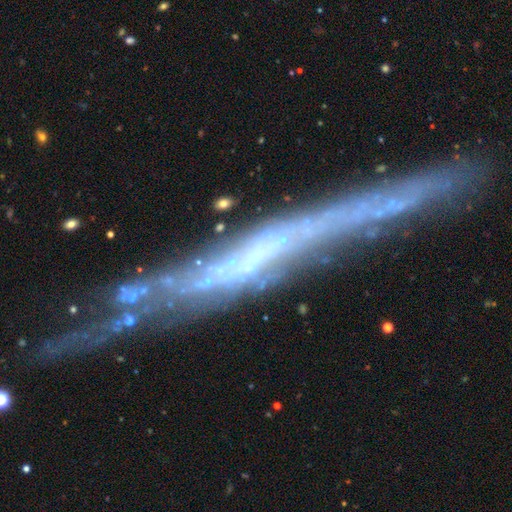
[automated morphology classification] Smooth or featured? Predicted: featured or disk (p=0.76). Edge-on disk? Predicted: yes (p=0.87). Edge-on bulge? Predicted: none (p=0.77). Merging? Predicted: none (p=0.68).